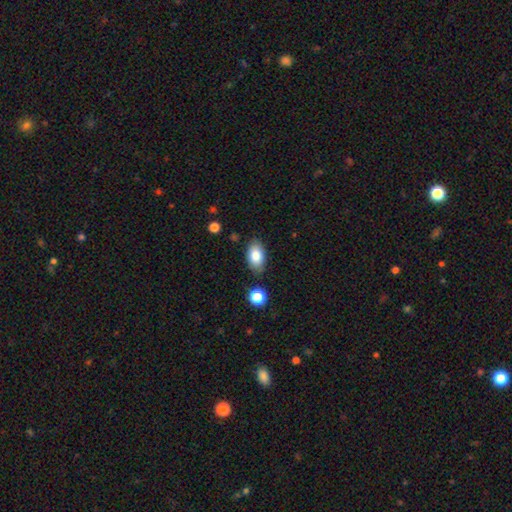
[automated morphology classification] Smooth or featured?
  - smooth: 84% *
  - featured or disk: 8%
  - star or artifact: 7%
How rounded?
  - in between: 92% *
  - round: 6%
  - cigar-shaped: 2%
Merging?
  - none: 81% *
  - minor disturbance: 13%
  - merger: 3%
  - major disturbance: 3%